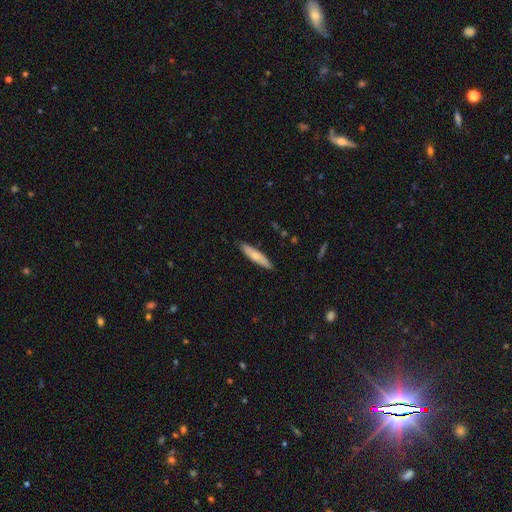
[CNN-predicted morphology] smooth 69%, featured or disk 26%, star or artifact 6%. Down the decision tree: how rounded — cigar-shaped (80%); merging — none (86%).